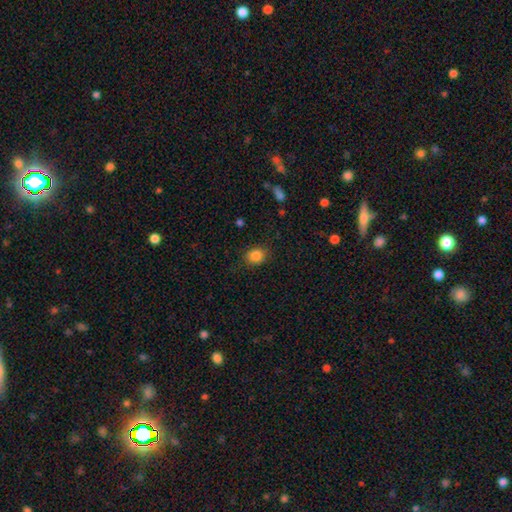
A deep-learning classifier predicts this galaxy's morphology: smooth-or-featured: smooth: 86% | star or artifact: 10% | featured or disk: 5%
  how-rounded: round: 60% | in between: 39% | cigar-shaped: 1%
  merging: none: 84% | minor disturbance: 12% | major disturbance: 3% | merger: 1%